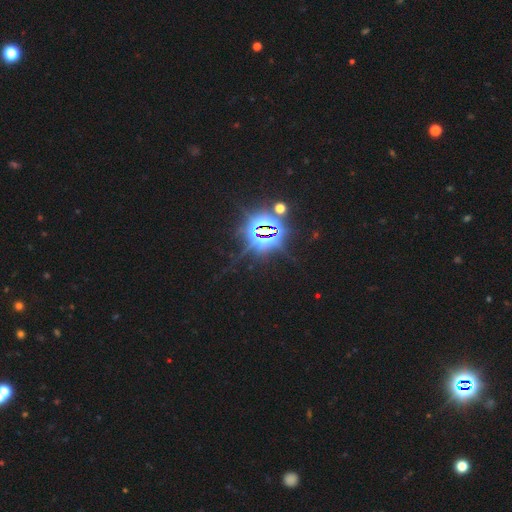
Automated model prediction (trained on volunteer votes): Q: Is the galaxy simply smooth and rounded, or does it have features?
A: star or artifact — 84%.